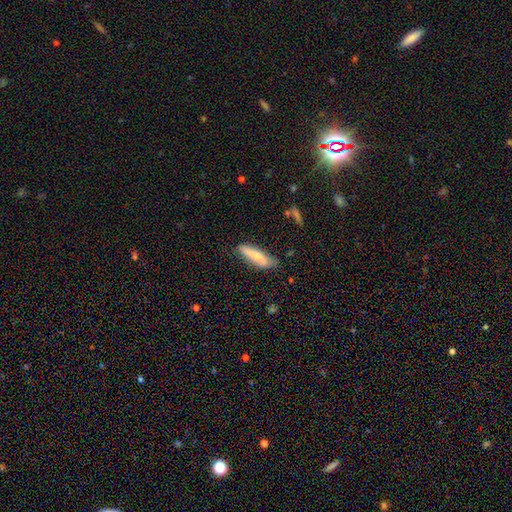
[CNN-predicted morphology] Q: Smooth or featured?
A: smooth (69%); runner-up: featured or disk (25%)
Q: How rounded?
A: cigar-shaped (61%); runner-up: in between (37%)
Q: Merging?
A: none (71%); runner-up: minor disturbance (22%)